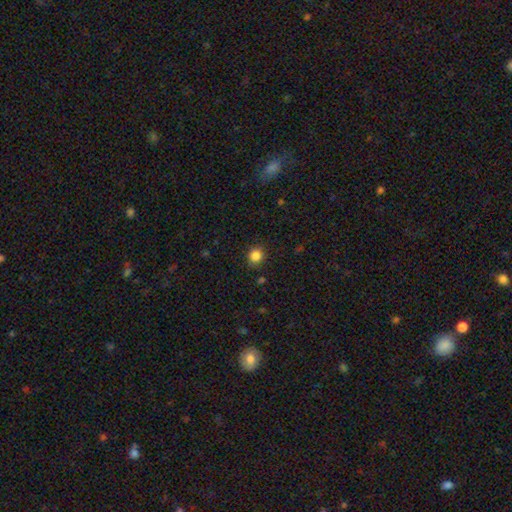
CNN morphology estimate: The model was most divided on "how rounded": round: 84%, in between: 15%, cigar-shaped: 1%. More confident: merging — none (89%); smooth or featured — smooth (84%).